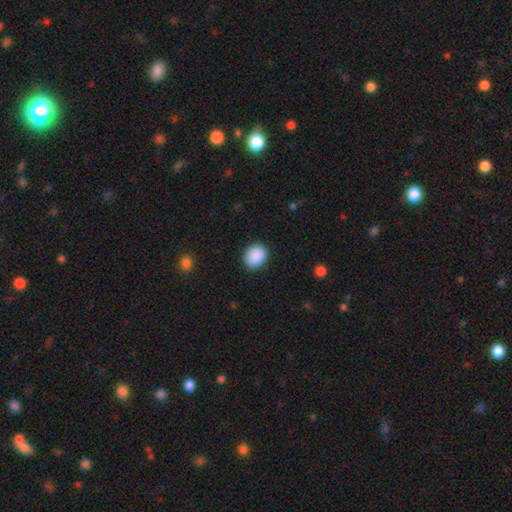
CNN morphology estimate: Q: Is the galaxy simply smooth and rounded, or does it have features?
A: smooth — 90%.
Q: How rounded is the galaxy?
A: round — 54%.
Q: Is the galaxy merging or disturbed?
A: none — 87%.